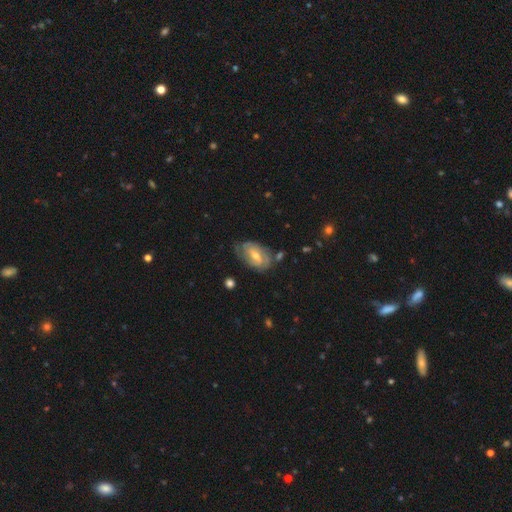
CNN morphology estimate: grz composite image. It shows a featured or disk galaxy (74%) with a weak bar (51%), 2 (53%) tight (54%) spiral arms (89%) and a moderate central bulge (56%). Merging: none (63%).